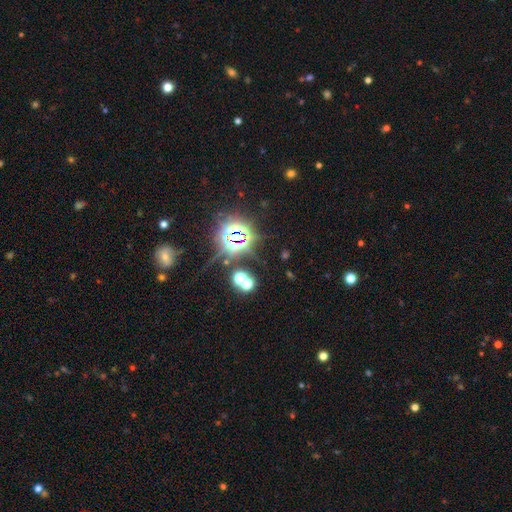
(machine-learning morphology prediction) Smooth or featured: star or artifact — 80% (smooth — 12%)